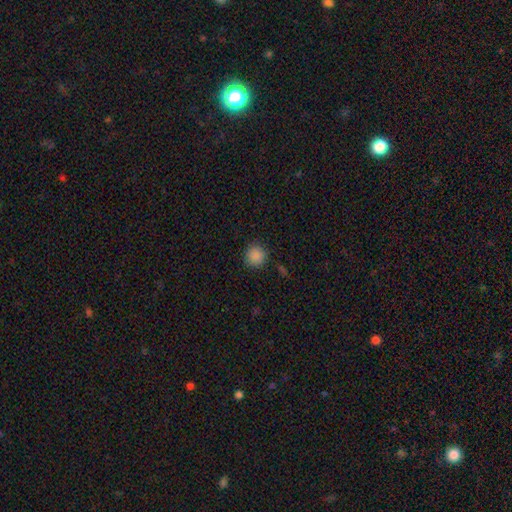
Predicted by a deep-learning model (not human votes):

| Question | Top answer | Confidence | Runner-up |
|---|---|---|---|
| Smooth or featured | smooth | 87% | star or artifact (10%) |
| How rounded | round | 94% | in between (5%) |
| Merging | none | 89% | minor disturbance (7%) |